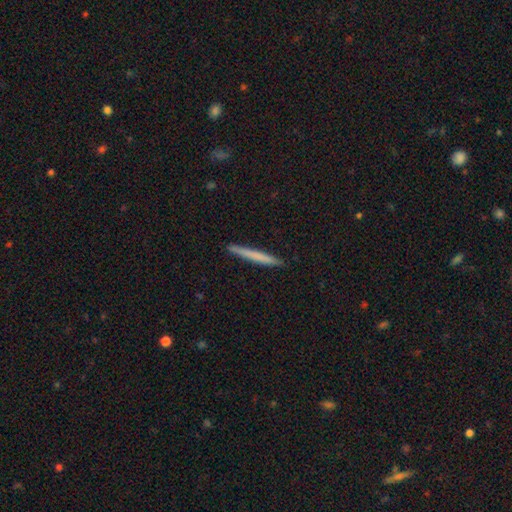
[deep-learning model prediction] This is likely a smooth galaxy (67%). How rounded: clearly cigar-shaped (97%). Merging: clearly none (92%).